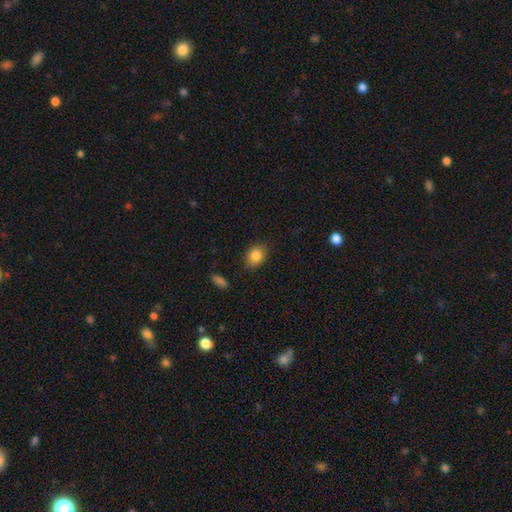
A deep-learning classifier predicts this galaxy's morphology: Smooth or featured? smooth (85%)
How rounded? in between (59%)
Merging? none (83%)